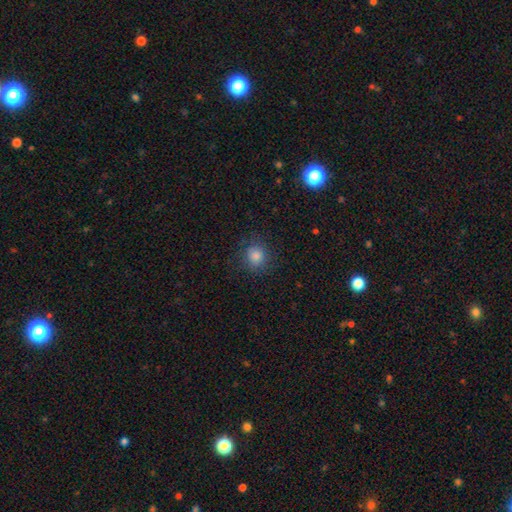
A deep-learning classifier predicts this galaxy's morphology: Smooth or featured: smooth — 81% (star or artifact — 14%)
How rounded: round — 89% (in between — 10%)
Merging: none — 84% (minor disturbance — 11%)